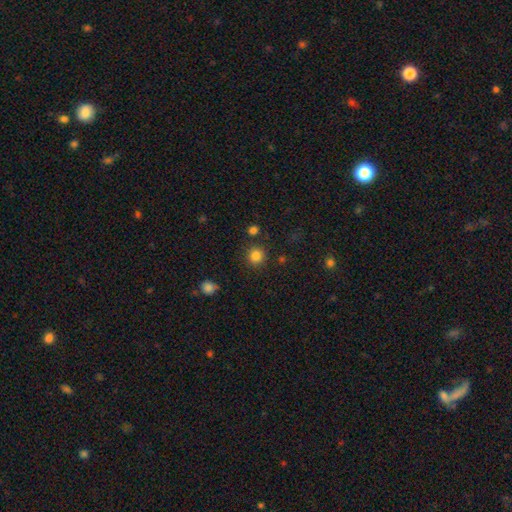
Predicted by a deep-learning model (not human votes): Morphology: type=smooth (84%); roundness=round (92%); merging=none (87%).